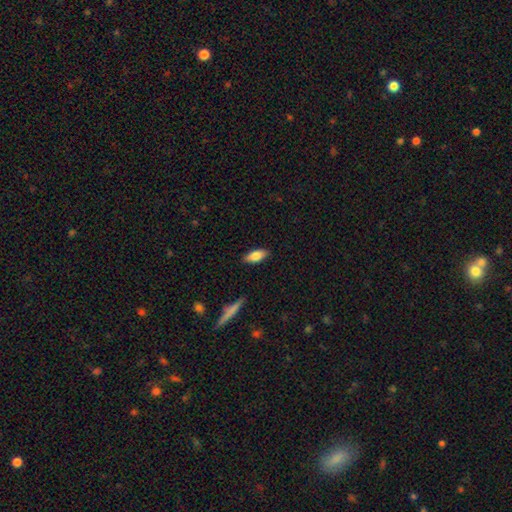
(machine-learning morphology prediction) Q: Smooth or featured?
A: smooth (81%); runner-up: featured or disk (12%)
Q: How rounded?
A: in between (83%); runner-up: cigar-shaped (14%)
Q: Merging?
A: none (86%); runner-up: minor disturbance (10%)